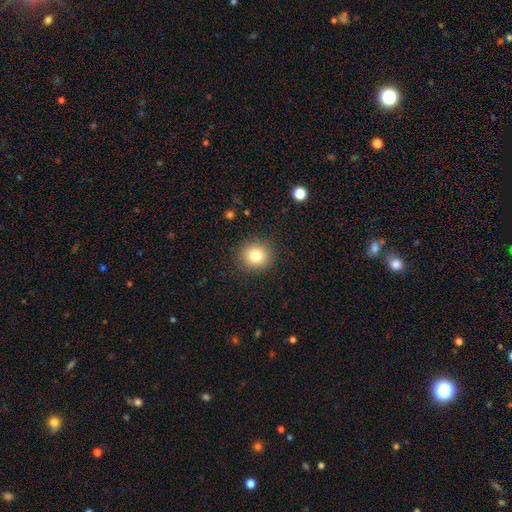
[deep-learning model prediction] Smooth or featured? smooth (81%)
How rounded? round (89%)
Merging? none (90%)